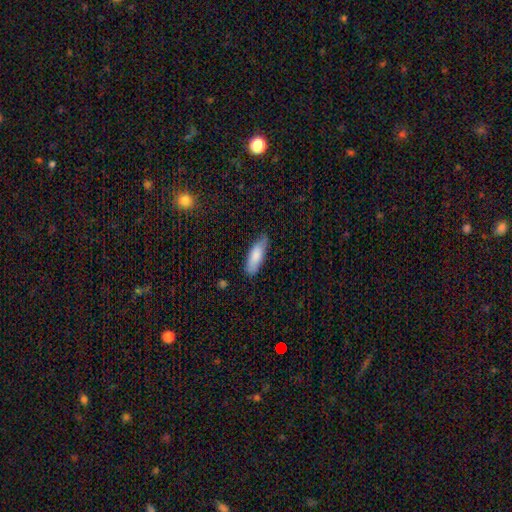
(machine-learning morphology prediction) smooth_or_featured: smooth (p=0.83) [alt: featured or disk p=0.11]
how_rounded: in between (p=0.61) [alt: cigar-shaped p=0.38]
merging: none (p=0.77) [alt: minor disturbance p=0.18]